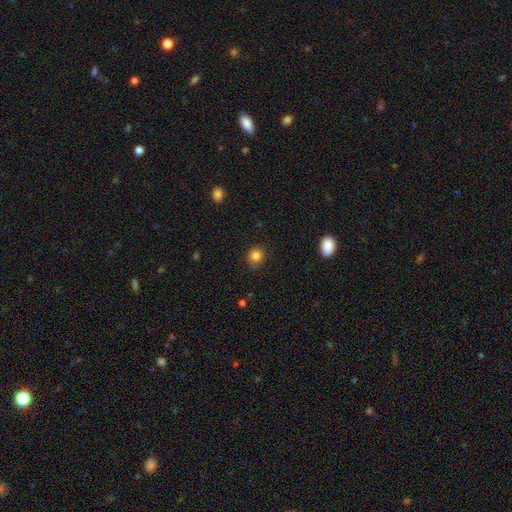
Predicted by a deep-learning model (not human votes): This is clearly a smooth galaxy (84%). How rounded: clearly round (82%). Merging: clearly none (81%).